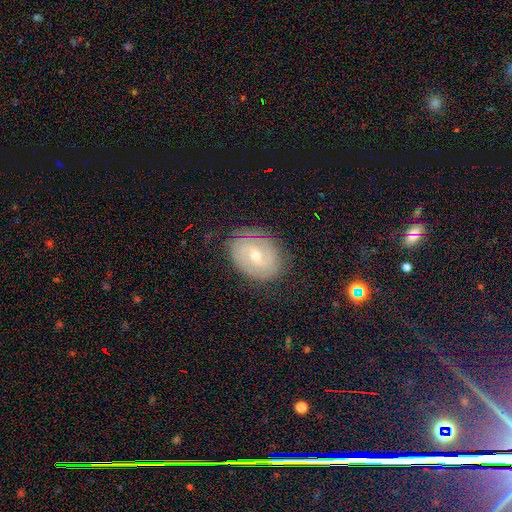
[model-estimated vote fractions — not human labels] A featured or disk galaxy (75%) with a weak bar (50%), 2 (62%) tight (69%) spiral arms (90%) and a moderate central bulge (51%). Merging: none (81%).